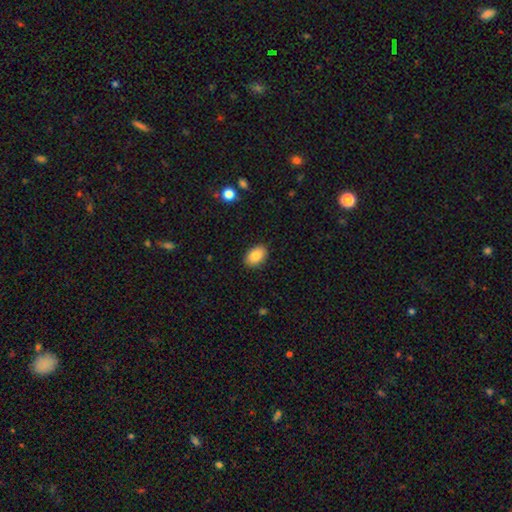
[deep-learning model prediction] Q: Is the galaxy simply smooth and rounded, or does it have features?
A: smooth — 85%.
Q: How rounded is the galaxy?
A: in between — 87%.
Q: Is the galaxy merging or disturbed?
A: none — 88%.